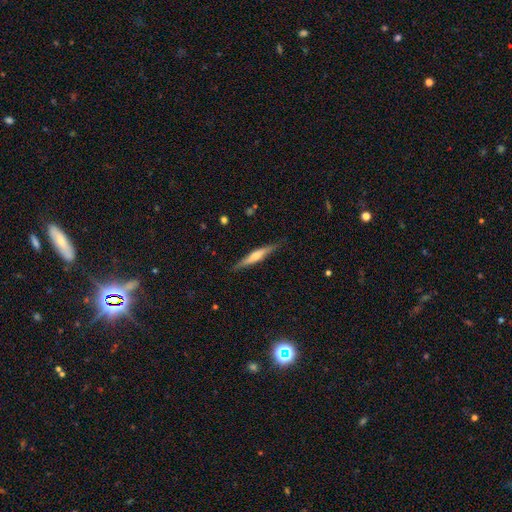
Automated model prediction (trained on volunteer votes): The model was most divided on "smooth or featured": featured or disk: 57%, smooth: 37%, star or artifact: 6%. More confident: edge-on disk — yes (95%); merging — none (85%); edge-on bulge — rounded (75%).